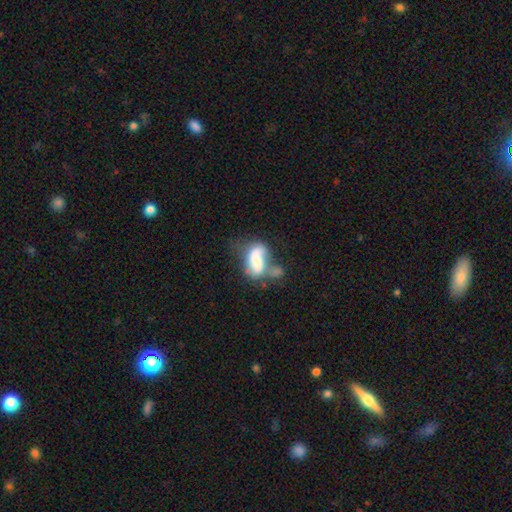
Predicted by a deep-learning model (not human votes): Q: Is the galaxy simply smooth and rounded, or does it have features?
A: smooth — 51%.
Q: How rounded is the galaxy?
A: in between — 87%.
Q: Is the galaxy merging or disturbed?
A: merger — 42%.